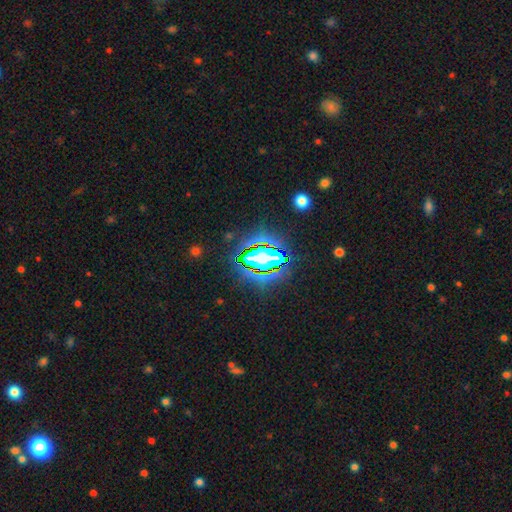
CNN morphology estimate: Overall: star or artifact (76%).